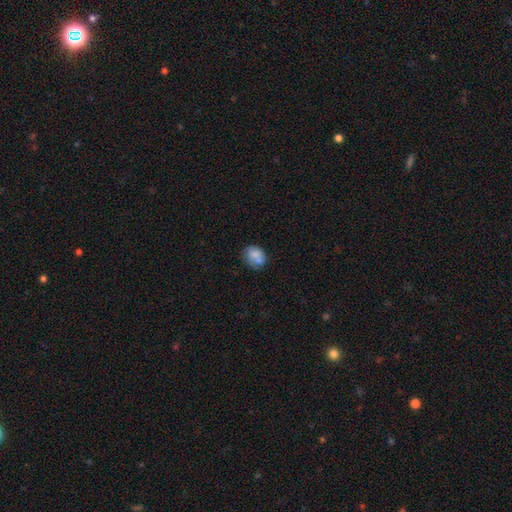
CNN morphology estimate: smooth_or_featured: smooth (p=0.75) [alt: featured or disk p=0.16]
how_rounded: round (p=0.54) [alt: in between p=0.45]
merging: none (p=0.49) [alt: minor disturbance p=0.23]